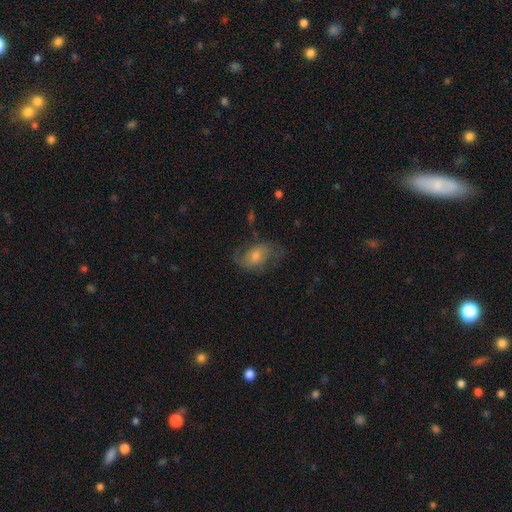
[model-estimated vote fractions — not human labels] Smooth or featured: featured or disk — 56% (smooth — 33%)
Edge-on disk: no — 95% (yes — 5%)
Bar: no — 64% (weak — 30%)
Spiral arms: yes — 80% (no — 20%)
Bulge size: moderate — 52% (small — 34%)
Merging: none — 58% (minor disturbance — 22%)